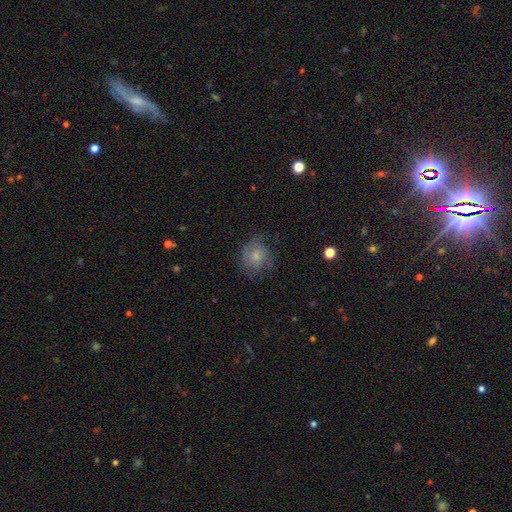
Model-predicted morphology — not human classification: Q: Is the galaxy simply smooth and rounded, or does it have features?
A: smooth — 56%.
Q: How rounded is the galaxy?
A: round — 77%.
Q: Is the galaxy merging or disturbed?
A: none — 61%.